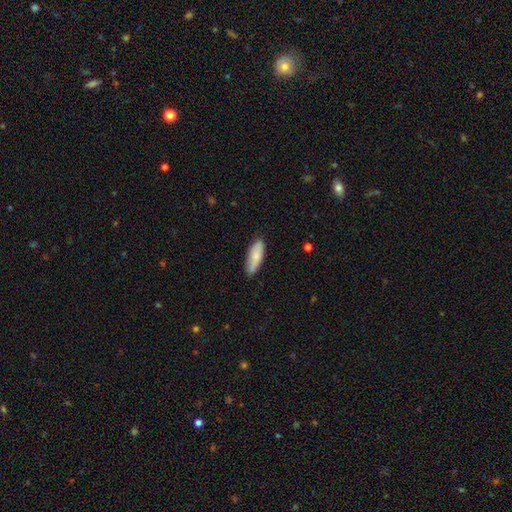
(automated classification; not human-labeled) The model was most divided on "how rounded": in between: 59%, cigar-shaped: 40%, round: 2%. More confident: merging — none (81%); smooth or featured — smooth (78%).